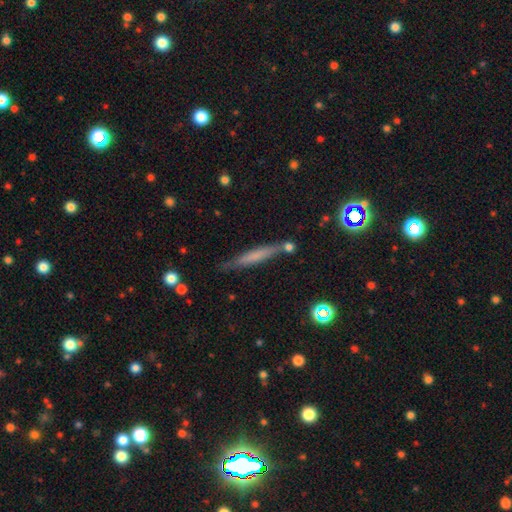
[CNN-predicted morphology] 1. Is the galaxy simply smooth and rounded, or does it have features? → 54% smooth, 38% featured or disk, 9% star or artifact.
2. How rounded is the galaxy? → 93% cigar-shaped, 5% in between, 2% round.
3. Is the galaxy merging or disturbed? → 75% none, 15% minor disturbance, 6% merger, 4% major disturbance.